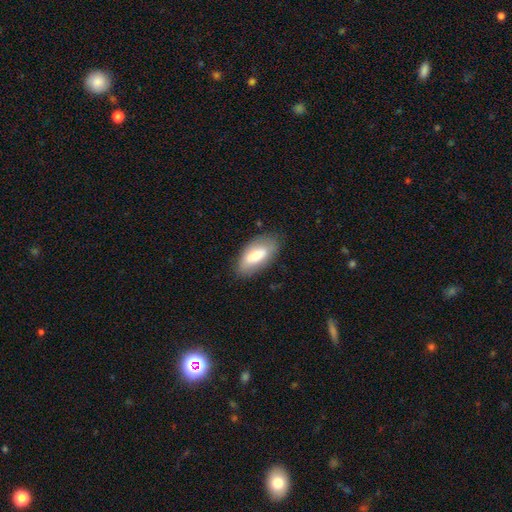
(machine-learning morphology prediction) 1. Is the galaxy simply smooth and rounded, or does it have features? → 69% smooth, 24% featured or disk, 6% star or artifact.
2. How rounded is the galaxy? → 91% in between, 7% cigar-shaped, 2% round.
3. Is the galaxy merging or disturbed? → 78% none, 16% minor disturbance, 4% major disturbance, 1% merger.